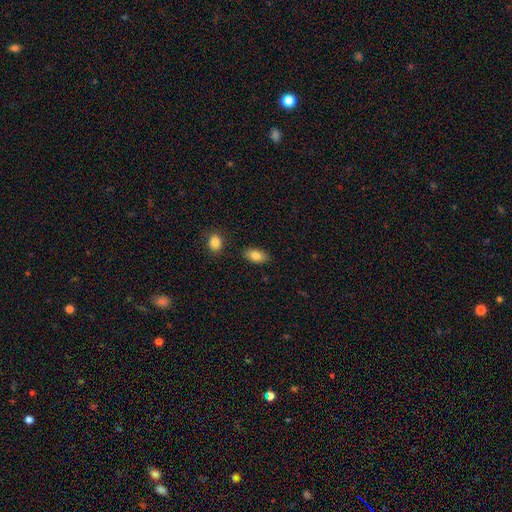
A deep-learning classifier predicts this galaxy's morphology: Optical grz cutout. It shows a smooth galaxy with no disk features (85%) that is in between round and cigar-shaped (91%). Merging: none (85%).